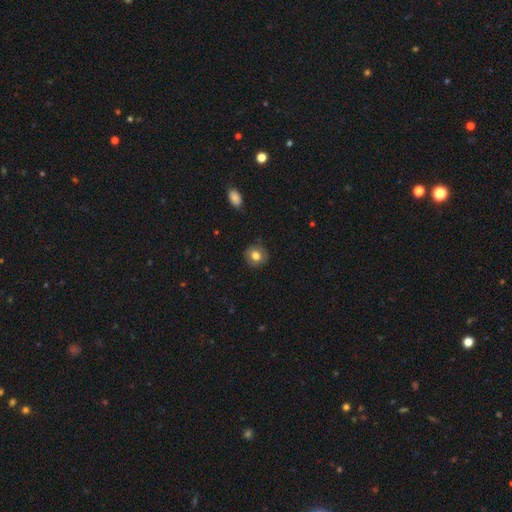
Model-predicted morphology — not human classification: Smooth or featured: smooth — 77% (featured or disk — 14%)
How rounded: round — 86% (in between — 13%)
Merging: none — 85% (minor disturbance — 11%)